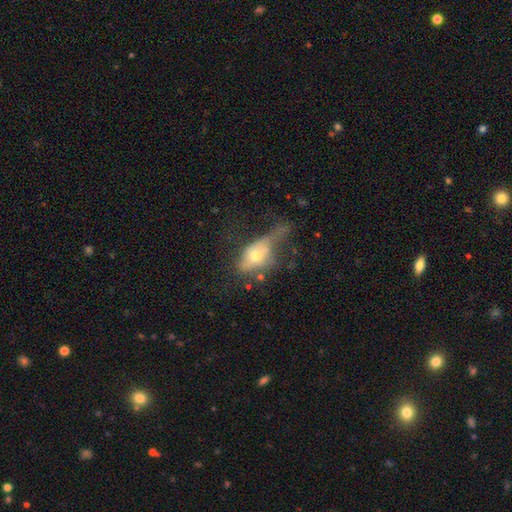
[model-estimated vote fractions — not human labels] This is possibly a smooth galaxy (51%). How rounded: likely in between (75%). Merging: possibly major disturbance (47%).